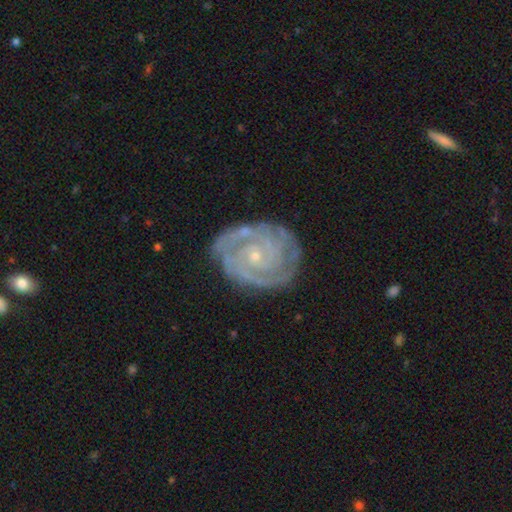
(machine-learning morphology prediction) Overall: featured or disk (89%). Edge-on disk: no (98%). Bar: no (74%). Spiral arms: yes (97%). Spiral arm count: 2 (41%; 3 24%). Spiral winding: tight (78%). Bulge size: small (82%). Merging: none (77%).